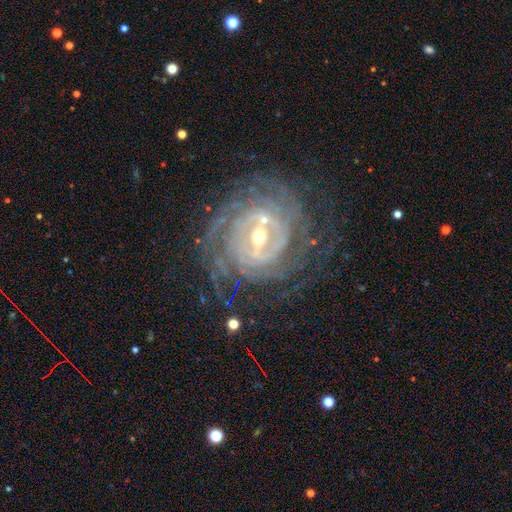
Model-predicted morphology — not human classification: type=featured or disk (88%); edge-on=no (96%); bar=strong (48%); spiral arms=yes (97%); winding=tight (82%); arm count=can't tell (27%); bulge=small (52%); merging=none (78%).